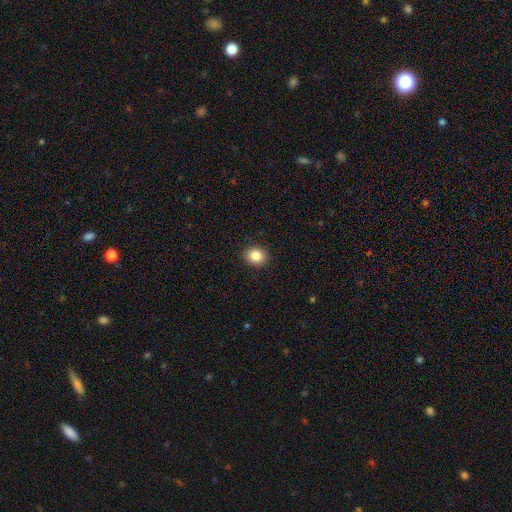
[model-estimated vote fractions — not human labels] Overall: smooth (85%). How rounded: round (73%). Merging: none (91%).